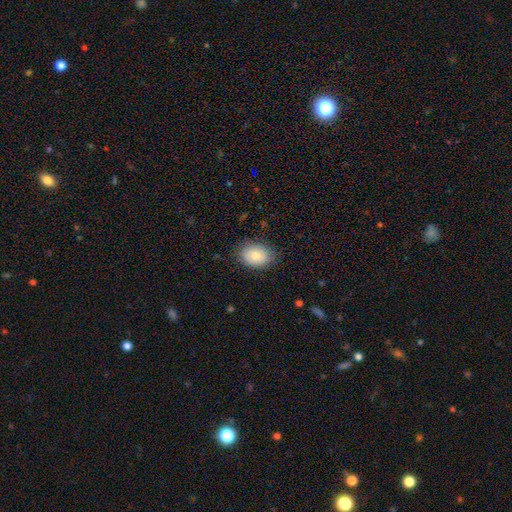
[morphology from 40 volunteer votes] Volunteers were most divided on "how rounded": in between: 61%, round: 36%, cigar-shaped: 3%. More confident: merging — none (89%); smooth or featured — smooth (82%).